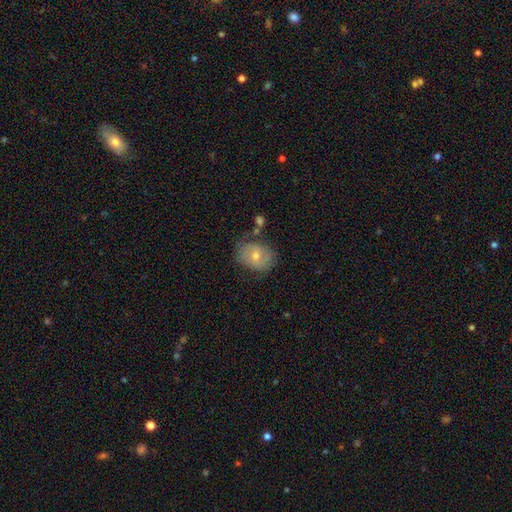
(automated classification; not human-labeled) Smooth or featured? smooth (45%)
Merging? none (69%)